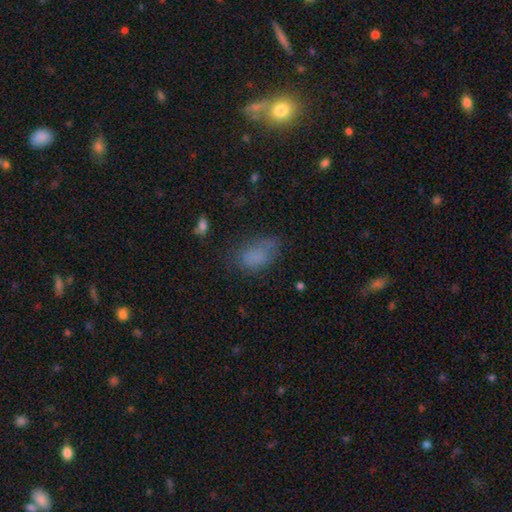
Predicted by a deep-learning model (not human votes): Q: Smooth or featured?
A: smooth (75%); runner-up: star or artifact (14%)
Q: How rounded?
A: in between (87%); runner-up: round (11%)
Q: Merging?
A: none (51%); runner-up: minor disturbance (29%)